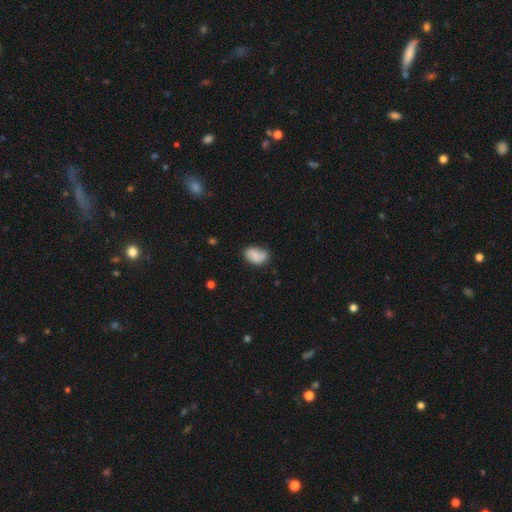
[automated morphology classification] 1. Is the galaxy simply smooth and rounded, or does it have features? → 57% smooth, 35% featured or disk, 8% star or artifact.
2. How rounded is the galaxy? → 79% in between, 20% round, 1% cigar-shaped.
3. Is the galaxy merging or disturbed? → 62% none, 28% minor disturbance, 7% major disturbance, 2% merger.